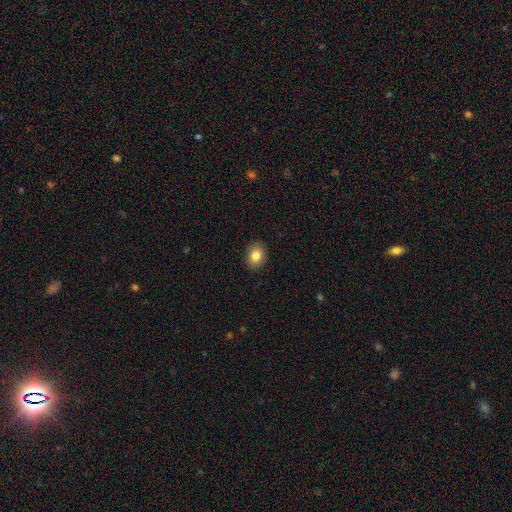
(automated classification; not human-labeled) smooth_or_featured: smooth (p=0.85) [alt: star or artifact p=0.09]
how_rounded: in between (p=0.59) [alt: round p=0.40]
merging: none (p=0.90) [alt: minor disturbance p=0.07]